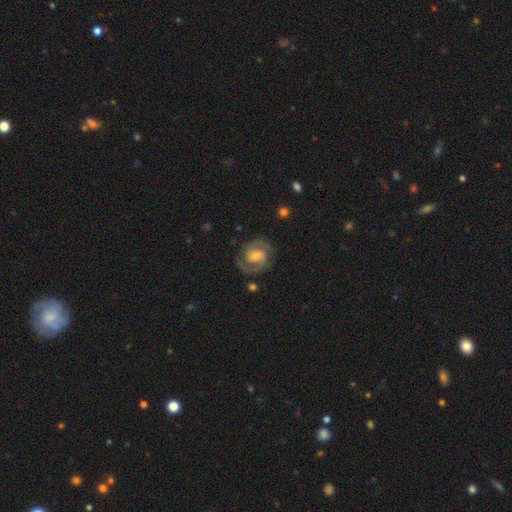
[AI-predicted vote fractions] This is clearly a featured or disk galaxy (87%). It is clearly not viewed edge-on (98%). Bar: possibly weak (48%). Spiral arm pattern: clearly yes (97%). Spiral arm count: clearly 2 (89%). Spiral winding: possibly medium (49%). Central bulge: possibly small (48%). Merging: clearly none (80%).